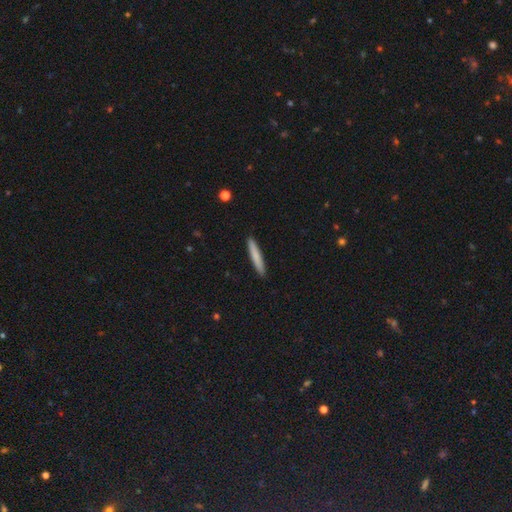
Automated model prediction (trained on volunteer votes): Overall: smooth (77%). How rounded: cigar-shaped (95%). Merging: none (92%).